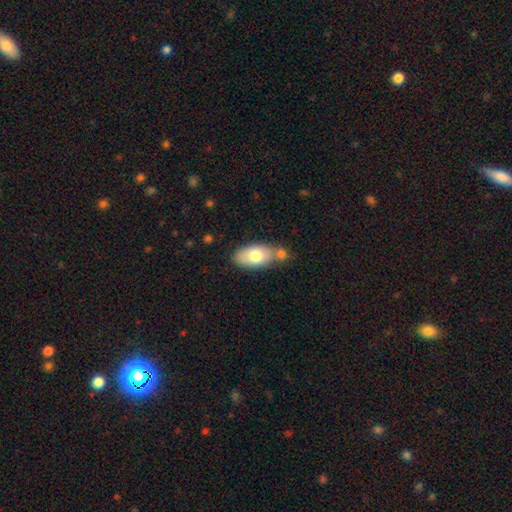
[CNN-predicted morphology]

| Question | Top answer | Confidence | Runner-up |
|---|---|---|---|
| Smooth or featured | smooth | 72% | featured or disk (21%) |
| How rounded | in between | 91% | round (4%) |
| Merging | none | 52% | merger (27%) |